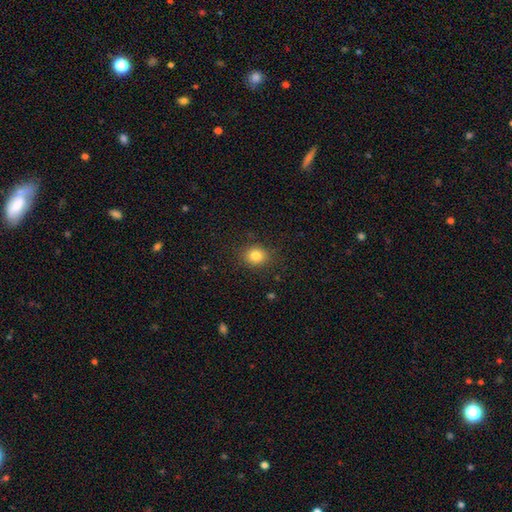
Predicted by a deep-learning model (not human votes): A smooth galaxy with no disk features (82%) that is round (72%). Merging: none (86%).